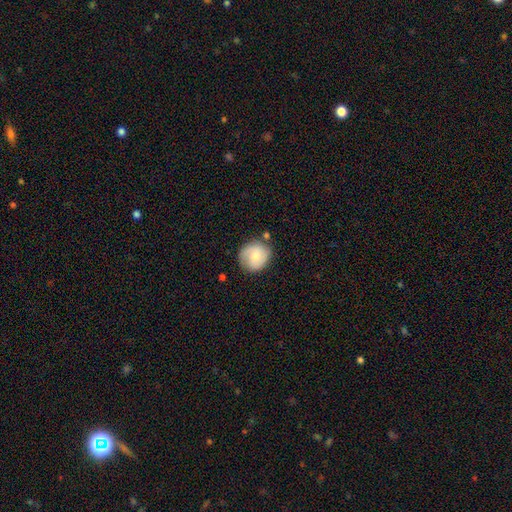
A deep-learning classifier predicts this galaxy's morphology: Smooth or featured? Predicted: smooth (p=0.62). How rounded? Predicted: round (p=0.84). Merging? Predicted: none (p=0.71).